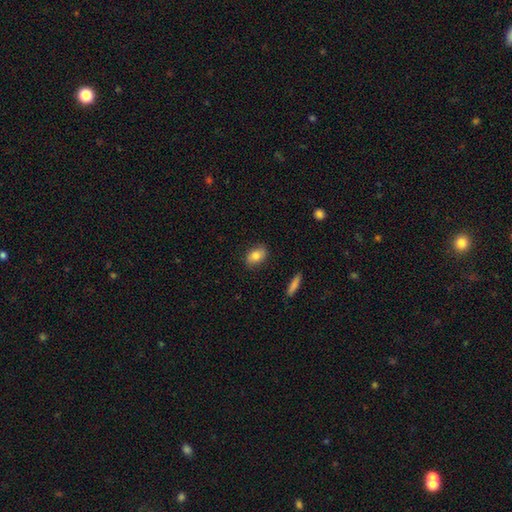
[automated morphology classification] Smooth or featured? smooth (81%)
How rounded? in between (85%)
Merging? none (86%)